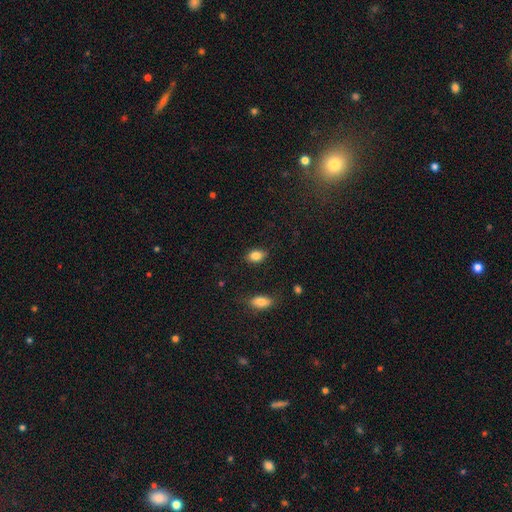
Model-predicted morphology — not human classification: Smooth or featured? Predicted: smooth (p=0.84). How rounded? Predicted: in between (p=0.80). Merging? Predicted: none (p=0.82).